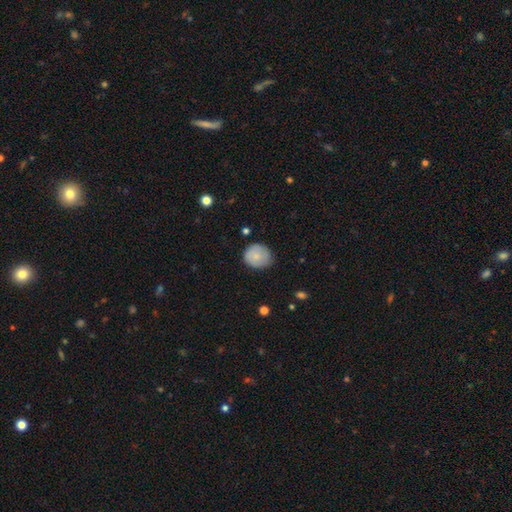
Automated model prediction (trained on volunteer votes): Morphology: type=smooth (81%); roundness=round (79%); merging=none (72%).